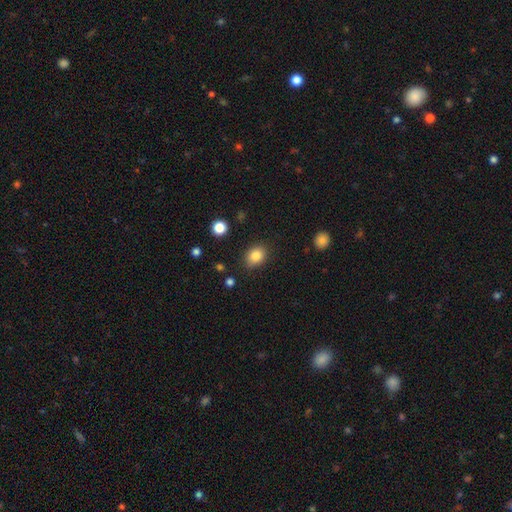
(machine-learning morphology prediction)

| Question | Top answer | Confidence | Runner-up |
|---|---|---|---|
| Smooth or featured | smooth | 84% | star or artifact (10%) |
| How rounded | in between | 58% | round (41%) |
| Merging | none | 85% | minor disturbance (11%) |